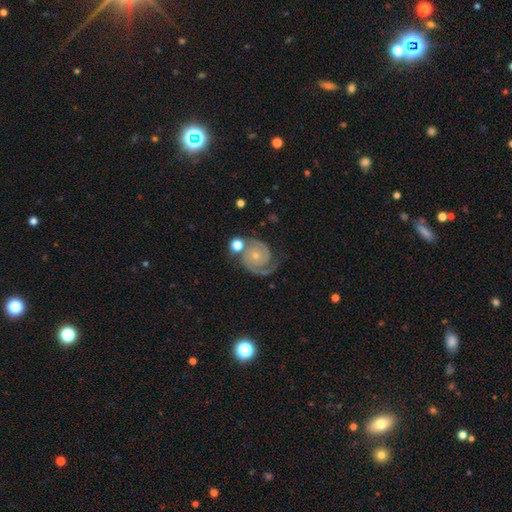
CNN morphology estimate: Smooth or featured?
  - featured or disk: 88% *
  - smooth: 7%
  - star or artifact: 6%
Edge-on disk?
  - no: 98% *
  - yes: 2%
Bar?
  - no: 78% *
  - weak: 18%
  - strong: 4%
Spiral arms?
  - yes: 98% *
  - no: 2%
Spiral winding?
  - tight: 61% *
  - medium: 32%
  - loose: 7%
Spiral arm count?
  - 2: 84% *
  - can't tell: 5%
  - 3: 5%
  - 1: 4%
  - 4: 2%
  - more than 4: 2%
Bulge size?
  - small: 70% *
  - moderate: 25%
  - none: 3%
  - large: 1%
  - dominant: 1%
Merging?
  - none: 67% *
  - minor disturbance: 16%
  - merger: 9%
  - major disturbance: 8%